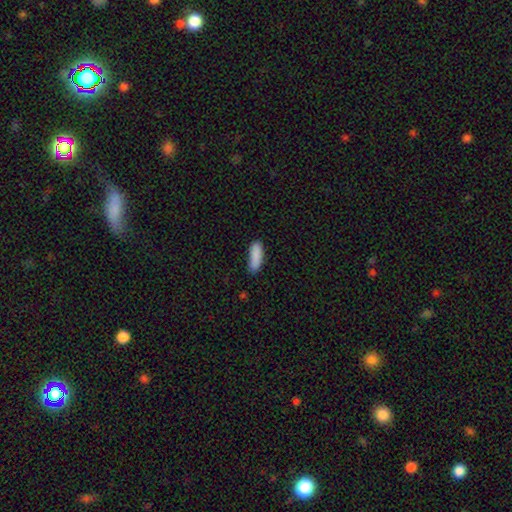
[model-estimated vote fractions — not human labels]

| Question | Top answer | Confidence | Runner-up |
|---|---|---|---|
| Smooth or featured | smooth | 89% | star or artifact (7%) |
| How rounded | in between | 55% | cigar-shaped (43%) |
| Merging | none | 77% | minor disturbance (18%) |